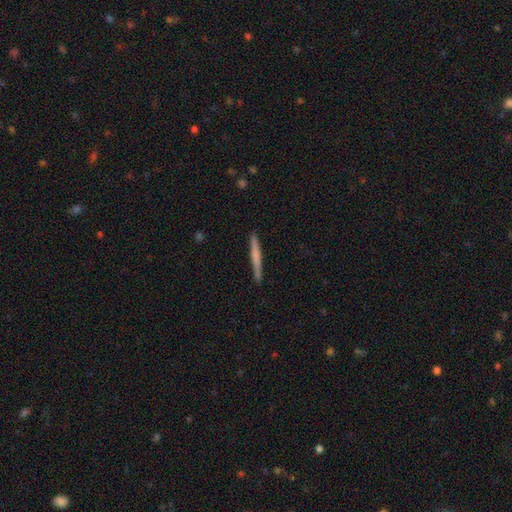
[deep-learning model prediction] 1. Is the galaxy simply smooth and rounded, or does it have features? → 55% smooth, 39% featured or disk, 6% star or artifact.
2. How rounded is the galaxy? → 97% cigar-shaped, 2% in between, 1% round.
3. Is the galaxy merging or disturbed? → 88% none, 9% minor disturbance, 2% major disturbance, 2% merger.